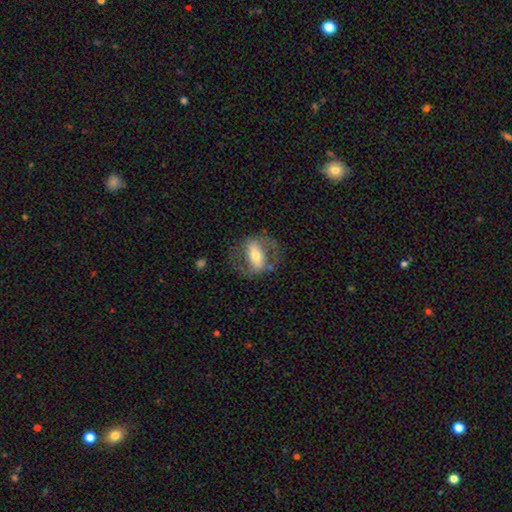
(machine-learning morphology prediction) Overall: featured or disk (67%). Edge-on disk: no (91%). Bar: strong (54%; weak 26%). Spiral arms: yes (65%; no 35%). Bulge size: moderate (62%; small 26%). Merging: none (68%).